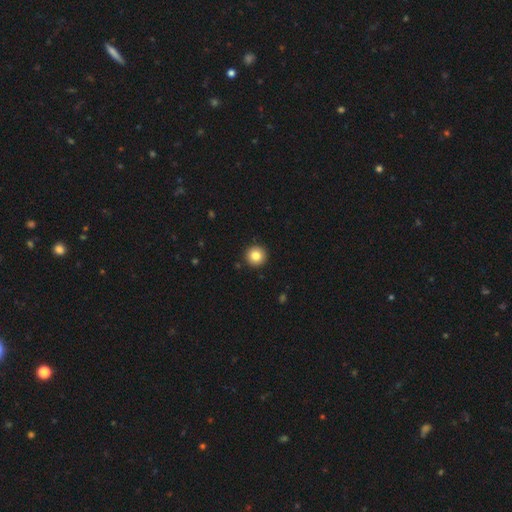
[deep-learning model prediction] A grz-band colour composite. It shows a smooth galaxy with no disk features (82%) that is round (96%). Merging: none (93%).